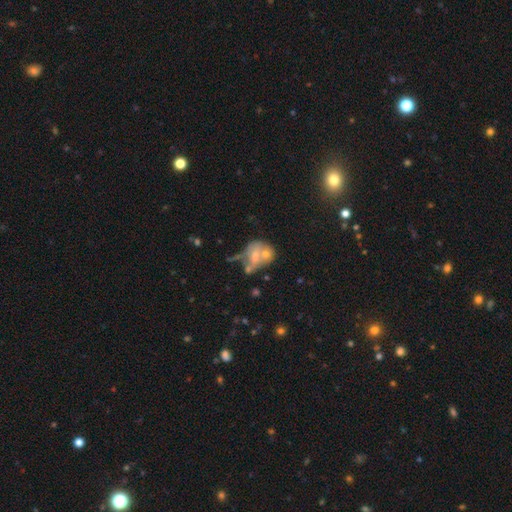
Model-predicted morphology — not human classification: Smooth or featured? Predicted: smooth (p=0.51). How rounded? Predicted: in between (p=0.52). Merging? Predicted: merger (p=0.50).